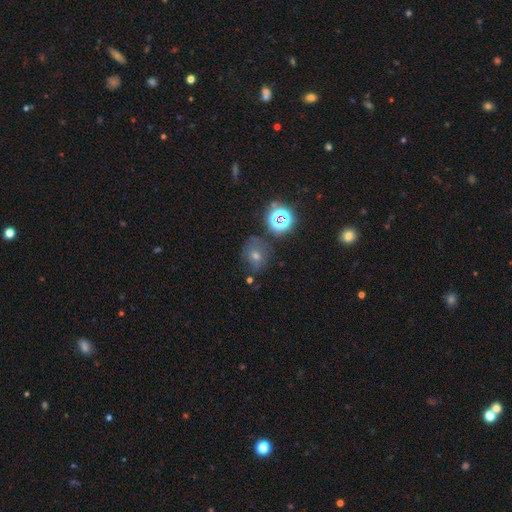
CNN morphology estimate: The model was most divided on "smooth or featured": star or artifact: 41%, smooth: 39%, featured or disk: 20%.